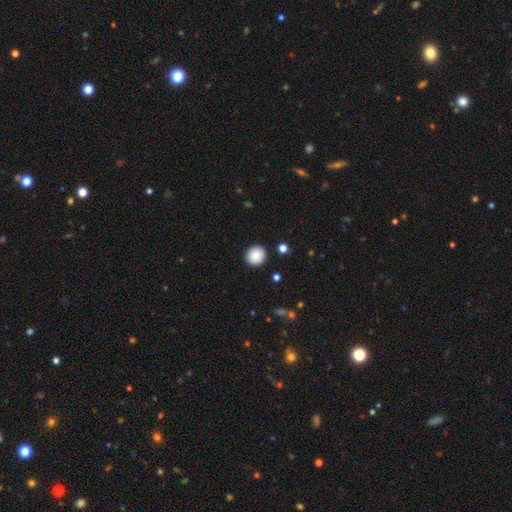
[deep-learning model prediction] The model was most divided on "smooth or featured": smooth: 87%, star or artifact: 8%, featured or disk: 5%. More confident: how rounded — round (94%); merging — none (91%).